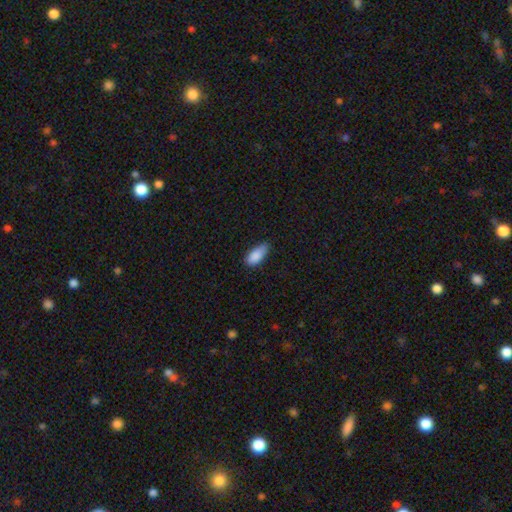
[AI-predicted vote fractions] This is clearly a smooth galaxy (88%). How rounded: clearly in between (86%). Merging: likely none (62%).